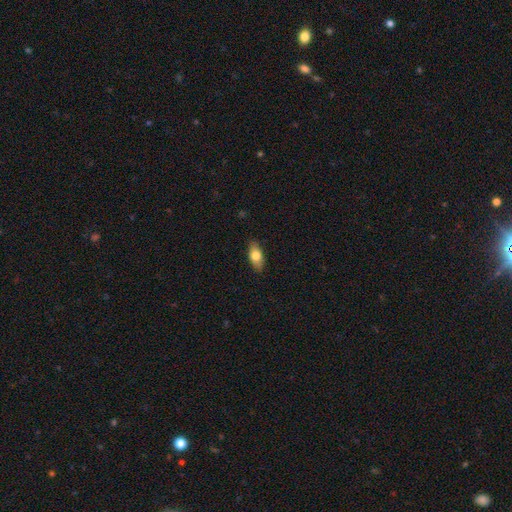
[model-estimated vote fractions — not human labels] smooth-or-featured: smooth: 74% | featured or disk: 19% | star or artifact: 7%
  how-rounded: in between: 83% | cigar-shaped: 12% | round: 4%
  merging: none: 87% | minor disturbance: 10% | major disturbance: 2% | merger: 1%